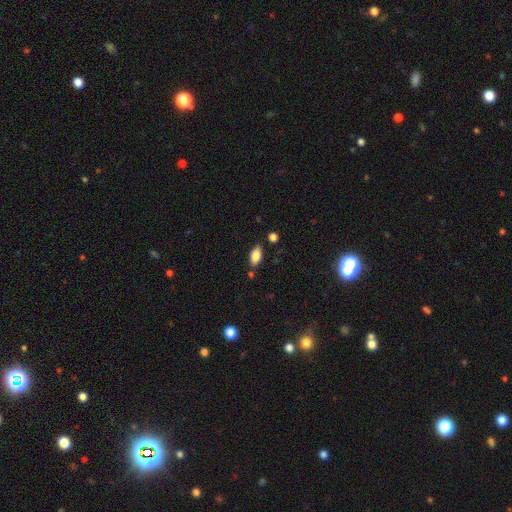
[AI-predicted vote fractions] This is clearly a smooth galaxy (83%). How rounded: clearly in between (91%). Merging: likely none (79%).